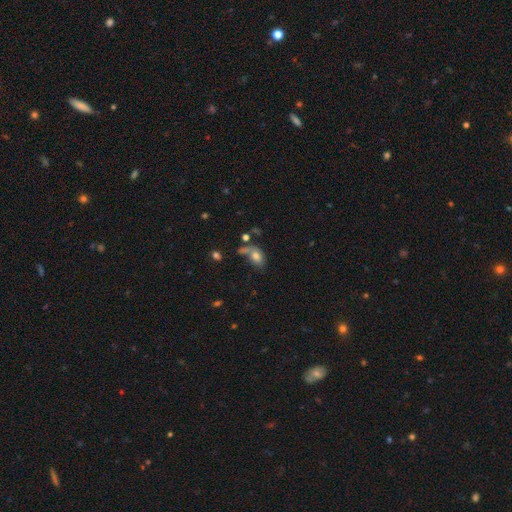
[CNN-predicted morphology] This is likely a smooth galaxy (71%). How rounded: clearly in between (82%). Merging: marginally none (39%).